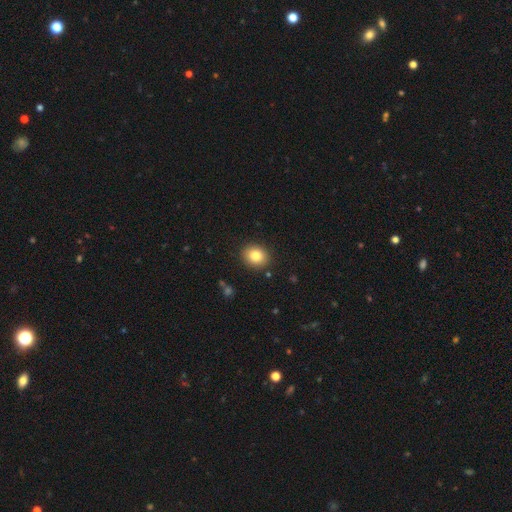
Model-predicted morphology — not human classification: A smooth galaxy with no disk features (83%) that is round (62%). Merging: none (89%).